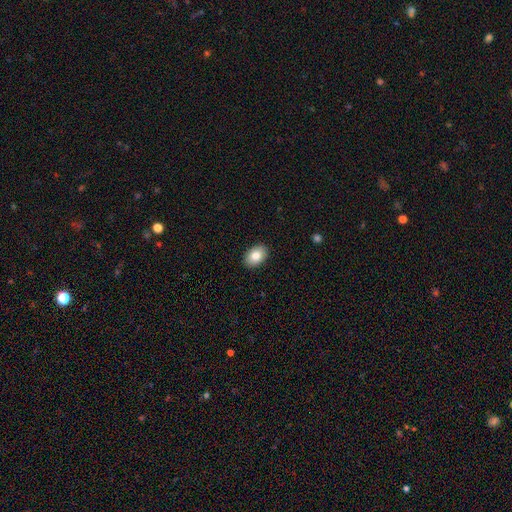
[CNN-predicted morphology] smooth 83%, featured or disk 9%, star or artifact 7%. Down the decision tree: how rounded — in between (86%); merging — none (91%).